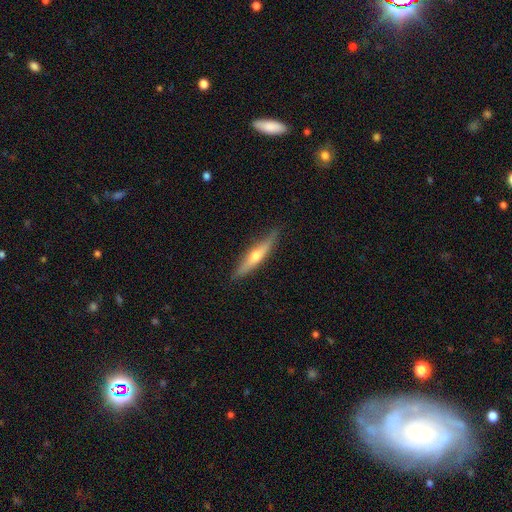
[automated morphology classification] The model was most divided on "smooth or featured": featured or disk: 58%, smooth: 36%, star or artifact: 6%. More confident: edge-on disk — yes (94%); edge-on bulge — rounded (89%); merging — none (85%).